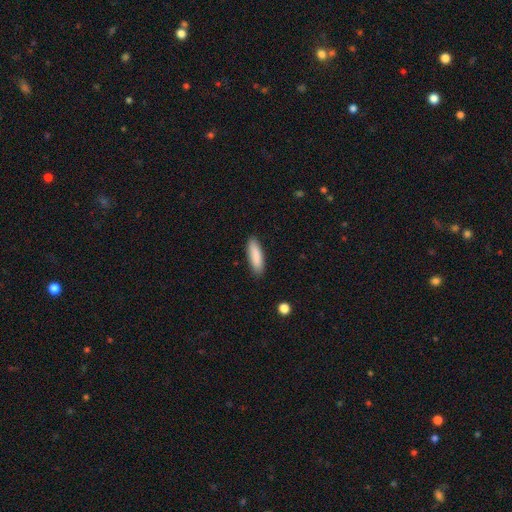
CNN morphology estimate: smooth_or_featured: smooth (p=0.88) [alt: featured or disk p=0.07]
how_rounded: cigar-shaped (p=0.57) [alt: in between p=0.42]
merging: none (p=0.88) [alt: minor disturbance p=0.09]